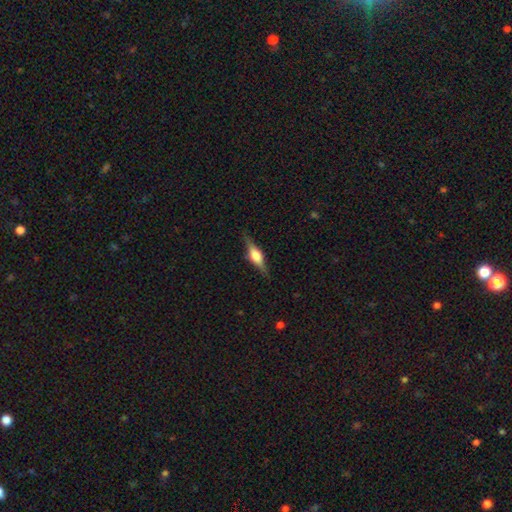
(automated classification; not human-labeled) smooth_or_featured: featured or disk (p=0.69) [alt: smooth p=0.24]
disk_edge_on: yes (p=0.97) [alt: no p=0.03]
edge_on_bulge: rounded (p=0.86) [alt: boxy p=0.12]
merging: none (p=0.86) [alt: minor disturbance p=0.10]